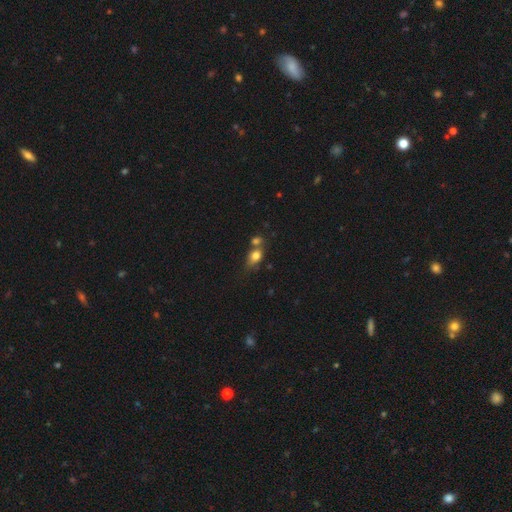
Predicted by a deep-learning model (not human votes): Overall: smooth (79%). How rounded: in between (65%; round 31%). Merging: merger (43%; none 36%).